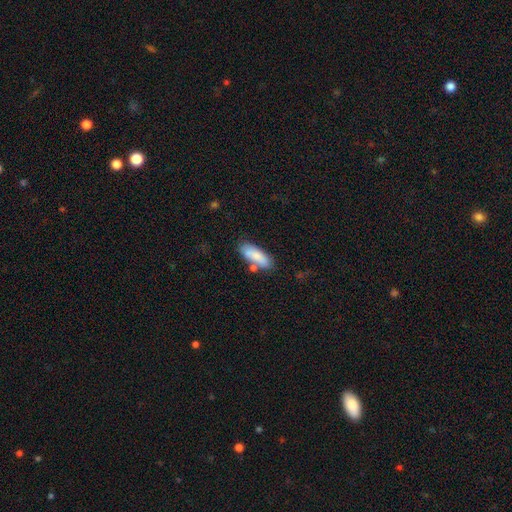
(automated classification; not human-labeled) Smooth or featured: smooth — 83% (featured or disk — 11%)
How rounded: in between — 66% (cigar-shaped — 32%)
Merging: none — 68% (minor disturbance — 16%)